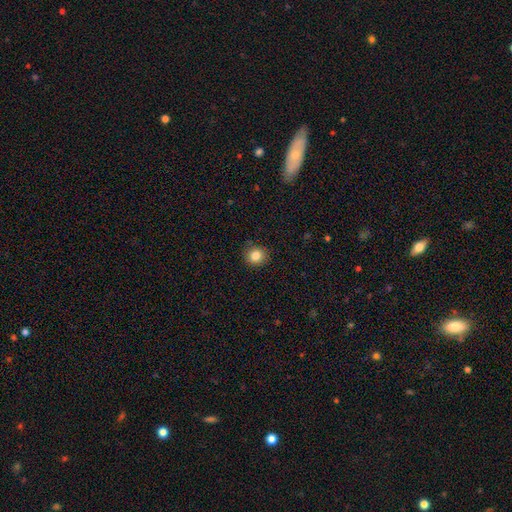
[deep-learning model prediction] Q: Smooth or featured?
A: smooth (84%); runner-up: star or artifact (11%)
Q: How rounded?
A: round (87%); runner-up: in between (12%)
Q: Merging?
A: none (86%); runner-up: minor disturbance (10%)